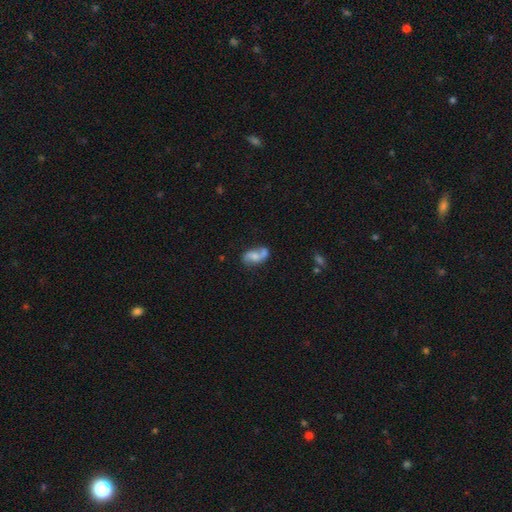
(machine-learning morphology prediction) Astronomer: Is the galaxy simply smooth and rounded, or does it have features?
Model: featured or disk — 56% (runner-up: smooth, 36%).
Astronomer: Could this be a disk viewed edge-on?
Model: no — 96%.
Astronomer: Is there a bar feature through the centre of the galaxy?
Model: no — 63%.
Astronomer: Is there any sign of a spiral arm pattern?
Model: yes — 82%.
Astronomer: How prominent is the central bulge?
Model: small — 36% (runner-up: moderate, 35%).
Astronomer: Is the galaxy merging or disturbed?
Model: none — 45% (runner-up: merger, 28%).